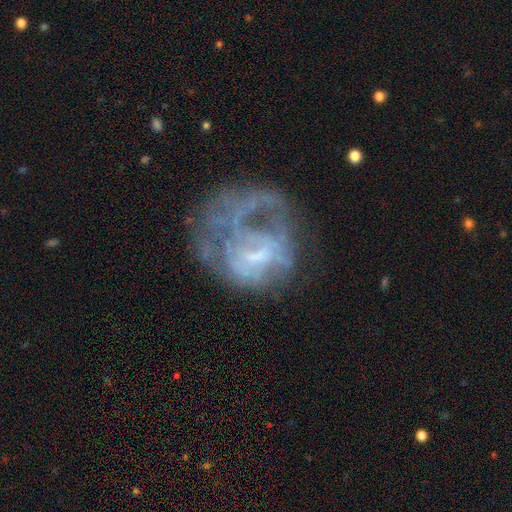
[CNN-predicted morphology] type=featured or disk (67%); edge-on=no (98%); bar=no (61%); spiral arms=no (65%); bulge=none (41%); merging=major disturbance (46%).